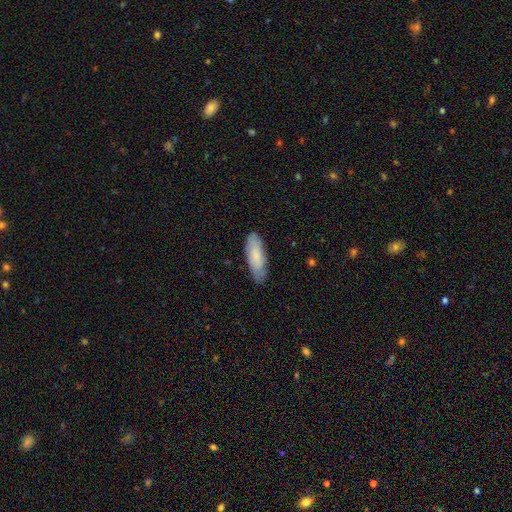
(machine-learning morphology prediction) type=smooth (78%); roundness=in between (61%); merging=none (79%).